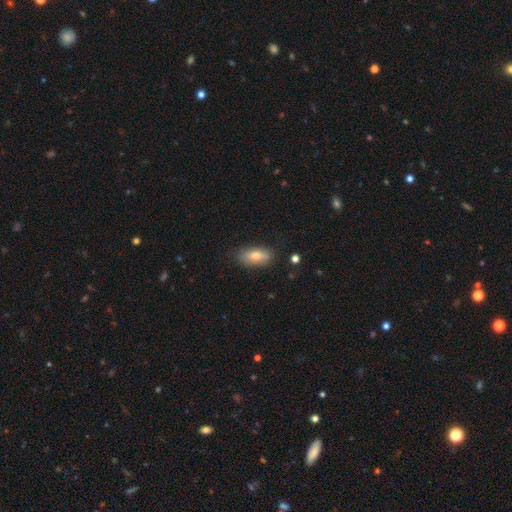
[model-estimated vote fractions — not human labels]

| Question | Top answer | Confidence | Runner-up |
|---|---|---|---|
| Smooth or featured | smooth | 74% | featured or disk (19%) |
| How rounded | in between | 84% | cigar-shaped (13%) |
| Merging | none | 79% | minor disturbance (16%) |